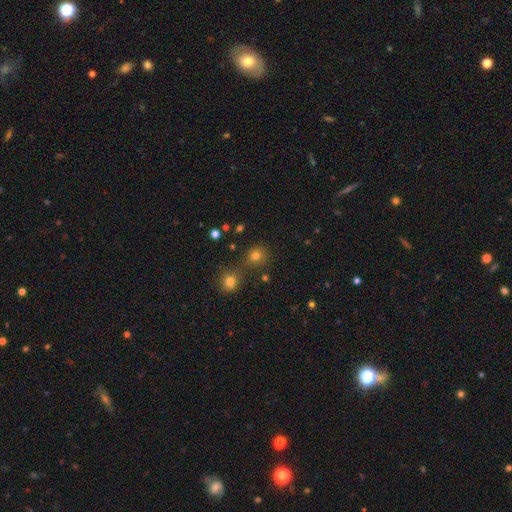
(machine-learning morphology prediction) Smooth or featured? smooth (75%)
How rounded? round (87%)
Merging? none (68%)